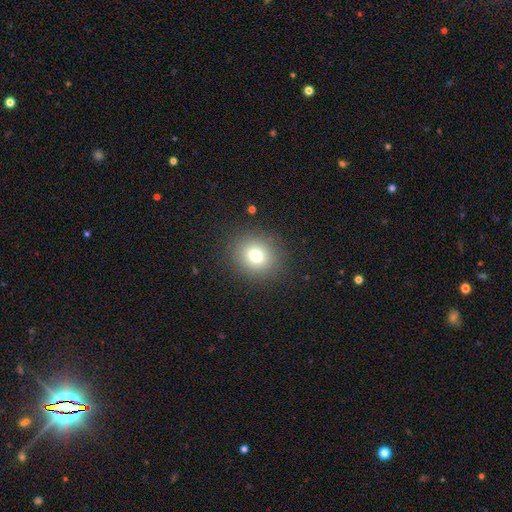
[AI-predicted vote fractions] smooth_or_featured: smooth (p=0.76) [alt: star or artifact p=0.13]
how_rounded: round (p=0.75) [alt: in between p=0.24]
merging: none (p=0.87) [alt: minor disturbance p=0.08]